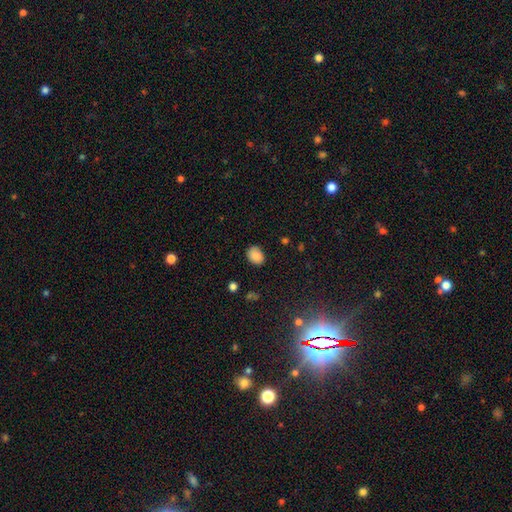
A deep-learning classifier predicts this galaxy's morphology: Smooth or featured? Predicted: smooth (p=0.86). How rounded? Predicted: in between (p=0.60). Merging? Predicted: none (p=0.77).